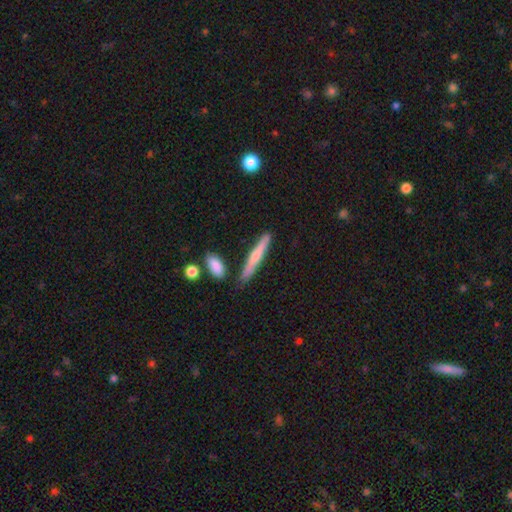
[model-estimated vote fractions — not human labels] The model was most divided on "smooth or featured": smooth: 53%, featured or disk: 41%, star or artifact: 6%. More confident: how rounded — cigar-shaped (93%); merging — none (83%).